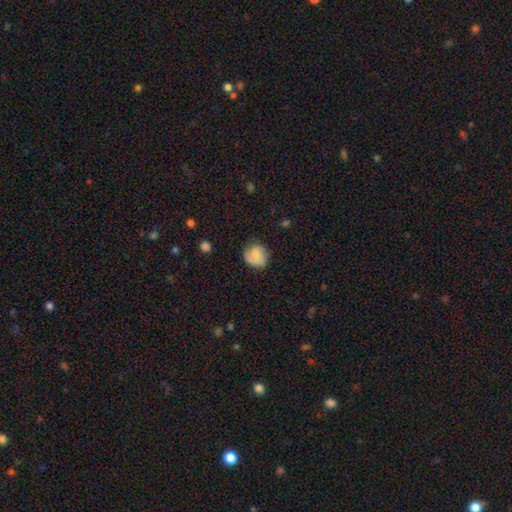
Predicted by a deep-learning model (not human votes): This is likely a smooth galaxy (73%). How rounded: likely round (79%). Merging: likely none (72%).